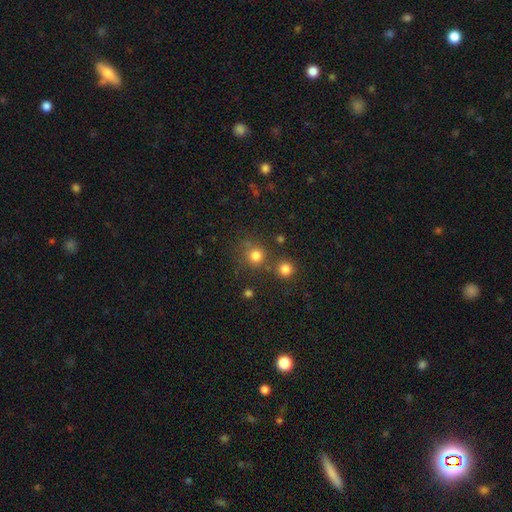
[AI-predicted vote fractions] Smooth or featured? smooth (79%)
How rounded? round (90%)
Merging? none (69%)